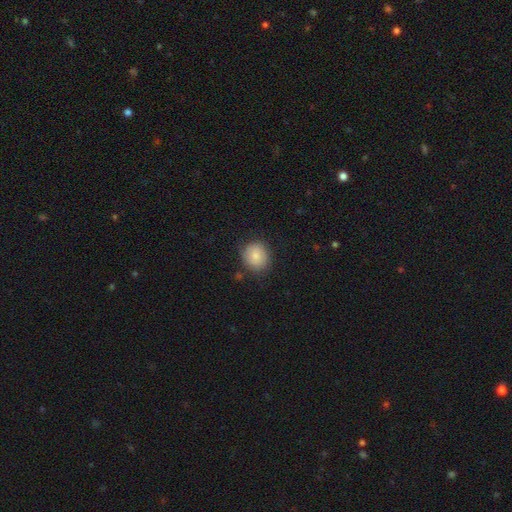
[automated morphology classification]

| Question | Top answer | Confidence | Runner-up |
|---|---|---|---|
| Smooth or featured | smooth | 84% | featured or disk (8%) |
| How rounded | round | 80% | in between (19%) |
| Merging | none | 80% | minor disturbance (14%) |